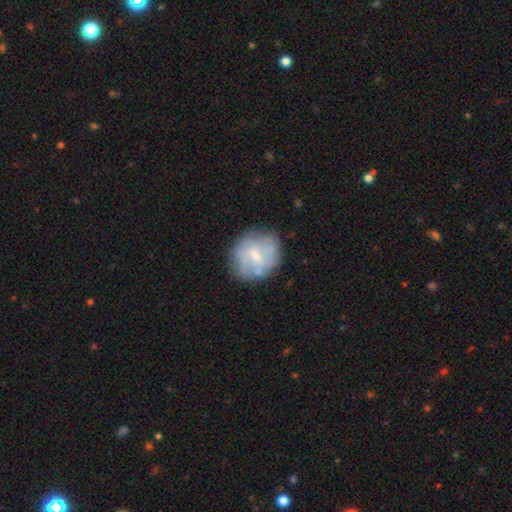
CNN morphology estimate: Q: Smooth or featured?
A: featured or disk (47%); runner-up: smooth (45%)
Q: Merging?
A: none (66%); runner-up: minor disturbance (21%)